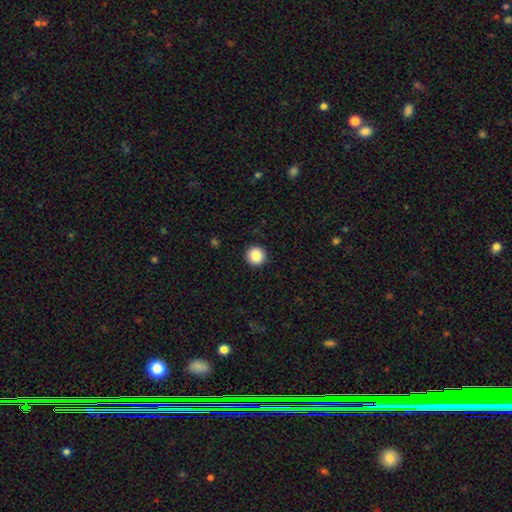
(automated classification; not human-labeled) Smooth or featured? smooth (87%)
How rounded? round (96%)
Merging? none (93%)